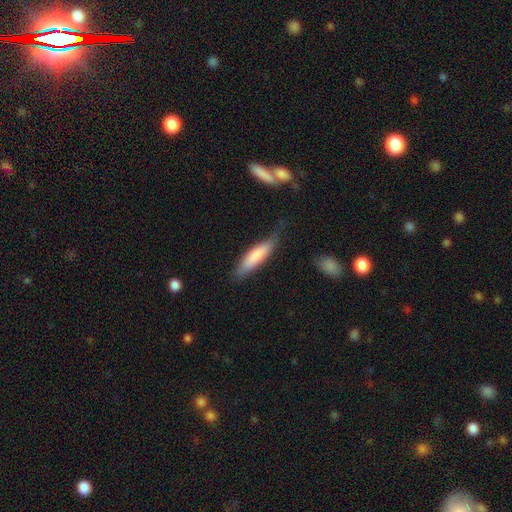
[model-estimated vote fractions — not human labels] smooth_or_featured: smooth (p=0.80) [alt: featured or disk p=0.15]
how_rounded: cigar-shaped (p=0.68) [alt: in between p=0.30]
merging: none (p=0.63) [alt: minor disturbance p=0.27]